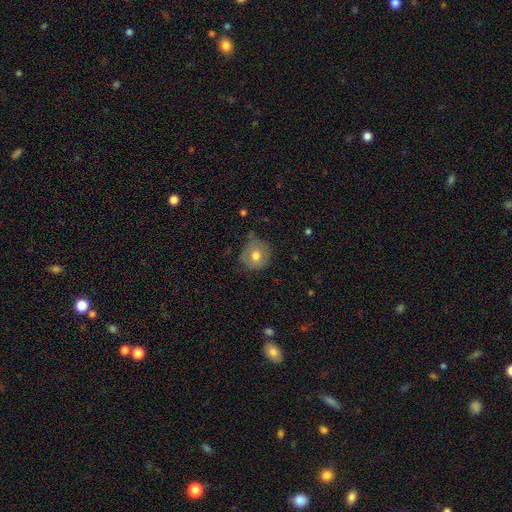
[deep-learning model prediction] The model was most divided on "merging": none: 62%, minor disturbance: 28%, major disturbance: 8%, merger: 2%. More confident: how rounded — round (89%); smooth or featured — smooth (66%).